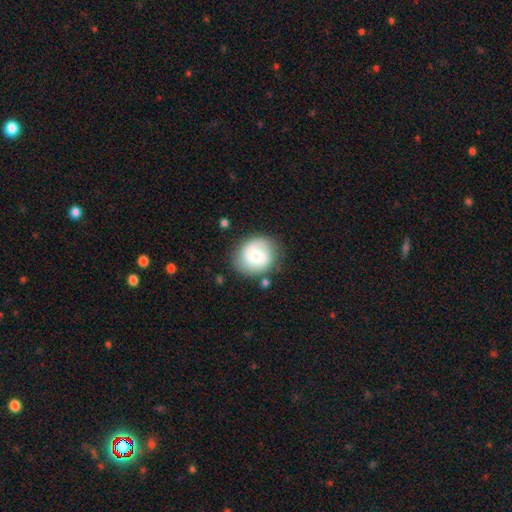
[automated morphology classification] A smooth galaxy with no disk features (55%) that is round (82%). Merging: none (76%).